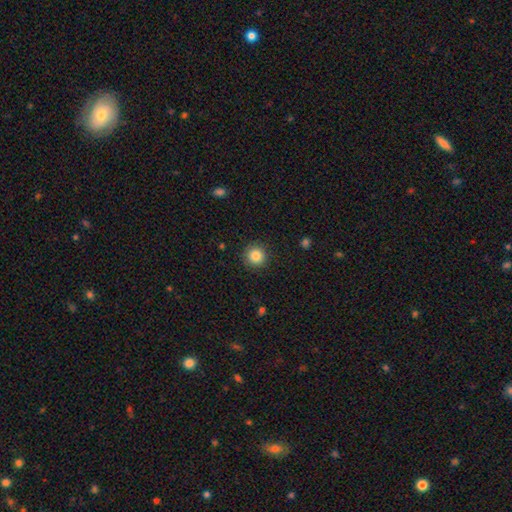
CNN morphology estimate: This appears to be a smooth galaxy with no disk features (84%) that is round (95%). Merging: none (91%).